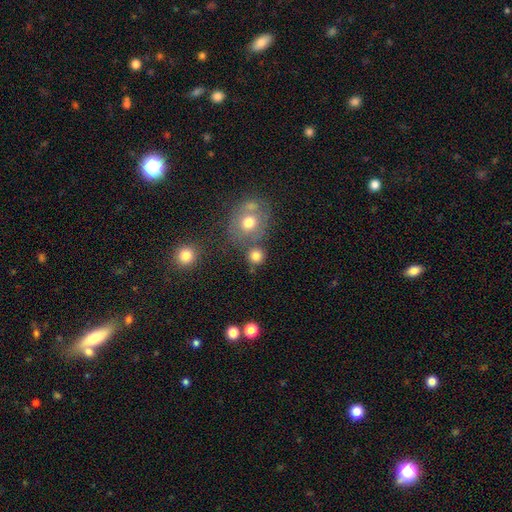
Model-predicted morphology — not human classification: smooth_or_featured: smooth (p=0.79) [alt: star or artifact p=0.13]
how_rounded: round (p=0.88) [alt: in between p=0.11]
merging: none (p=0.67) [alt: merger p=0.19]